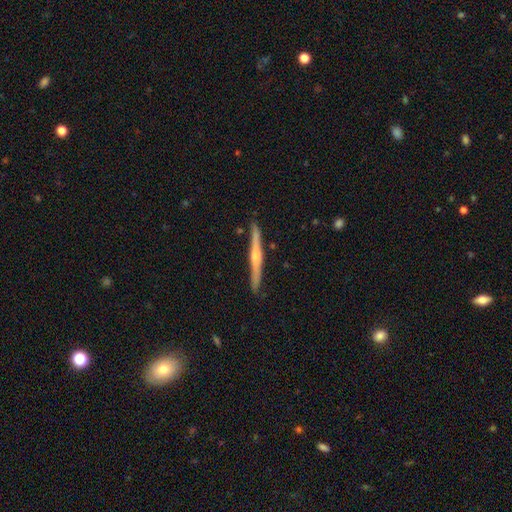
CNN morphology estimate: This appears to be a featured or disk galaxy (72%) viewed edge-on (98%) with a rounded central bulge (76%). Merging: none (90%).